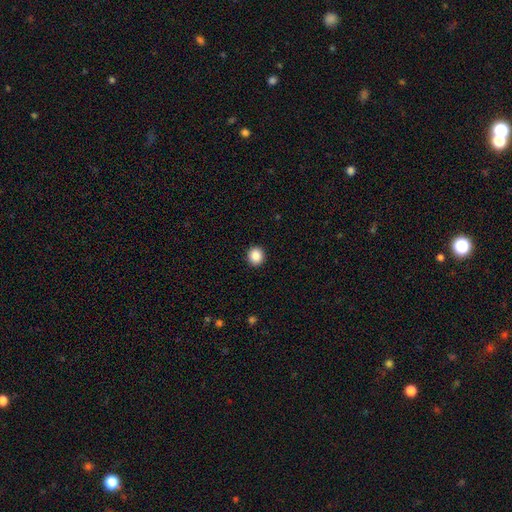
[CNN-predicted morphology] This appears to be a smooth galaxy with no disk features (87%) that is round (89%). Merging: none (93%).